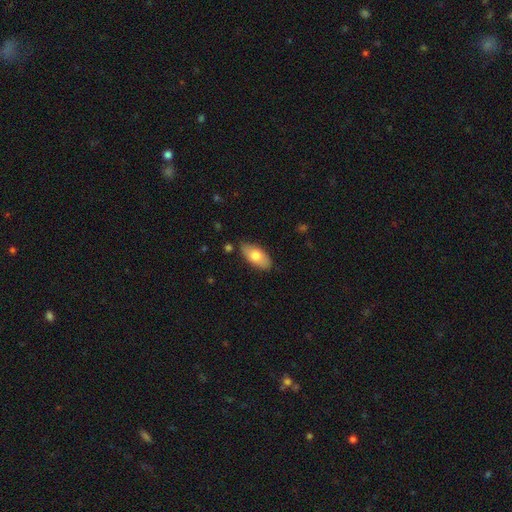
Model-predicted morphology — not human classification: Overall: smooth (72%). How rounded: in between (91%). Merging: none (82%).